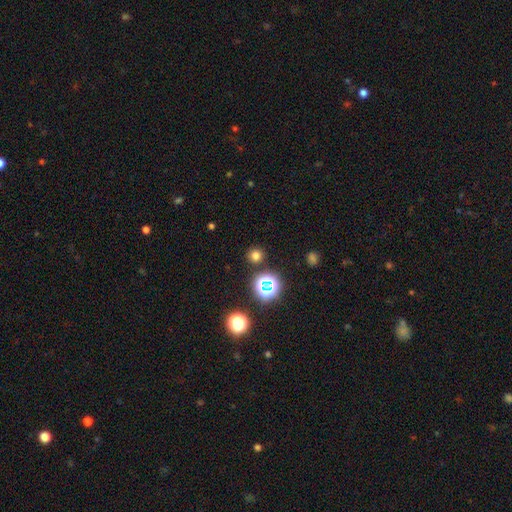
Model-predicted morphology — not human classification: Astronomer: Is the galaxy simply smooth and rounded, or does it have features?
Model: smooth — 68%.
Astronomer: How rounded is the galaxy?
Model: round — 90%.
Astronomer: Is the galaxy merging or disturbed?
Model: none — 87%.